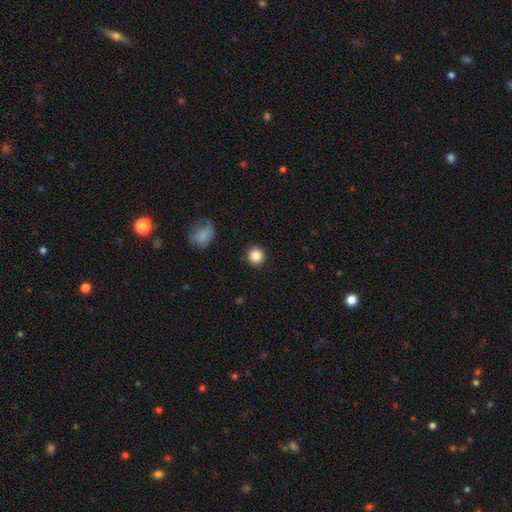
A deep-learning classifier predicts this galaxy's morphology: Q: Smooth or featured?
A: smooth (85%); runner-up: star or artifact (10%)
Q: How rounded?
A: round (94%); runner-up: in between (5%)
Q: Merging?
A: none (92%); runner-up: minor disturbance (5%)